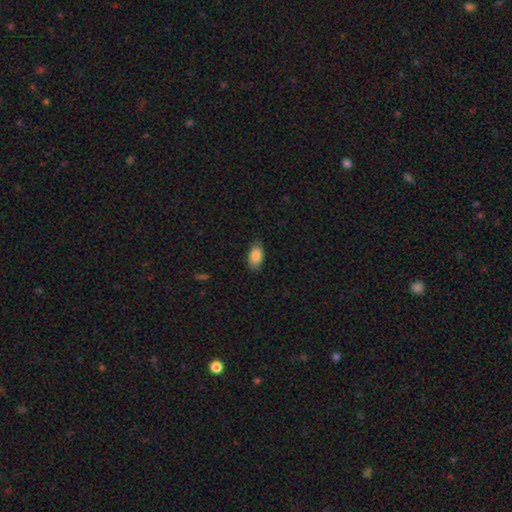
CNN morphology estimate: This is clearly a smooth galaxy (86%). How rounded: clearly in between (93%). Merging: clearly none (84%).